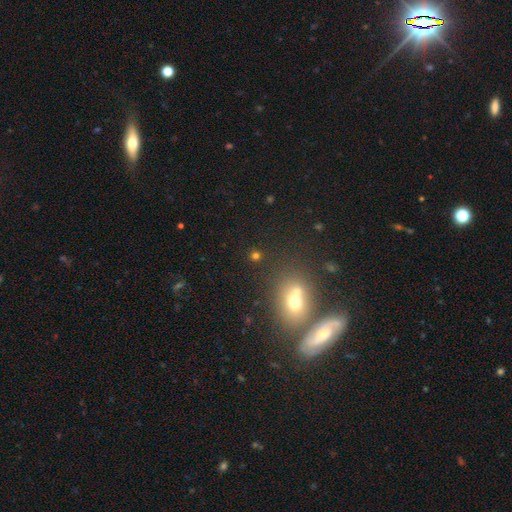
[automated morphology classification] Q: Smooth or featured?
A: smooth (69%); runner-up: star or artifact (23%)
Q: How rounded?
A: round (83%); runner-up: in between (15%)
Q: Merging?
A: none (73%); runner-up: merger (15%)